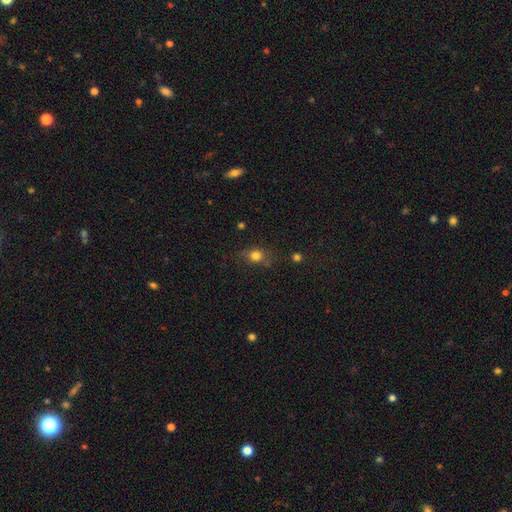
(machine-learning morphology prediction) This is likely a smooth galaxy (77%). How rounded: likely round (65%). Merging: likely none (67%).